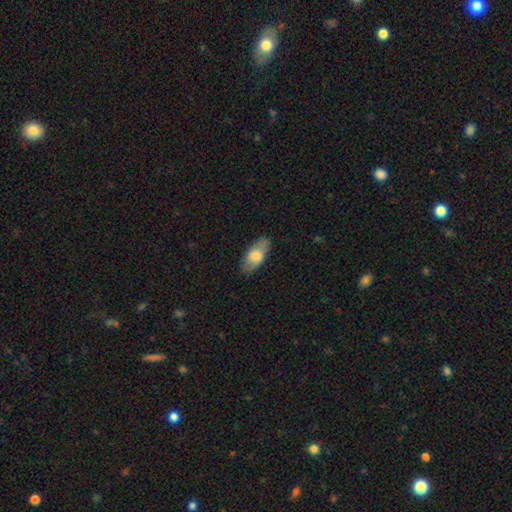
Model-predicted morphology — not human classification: smooth 68%, featured or disk 26%, star or artifact 6%. Down the decision tree: how rounded — in between (87%); merging — none (83%).